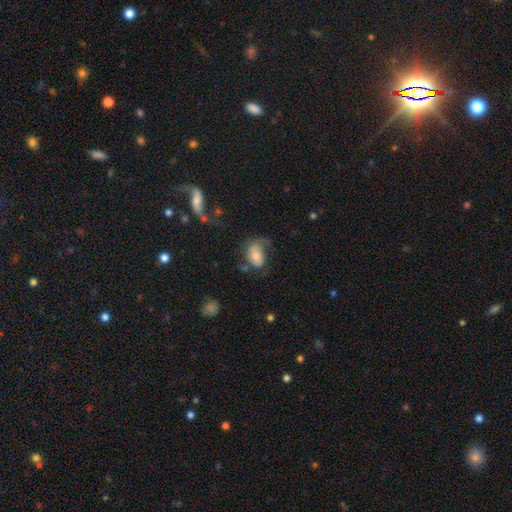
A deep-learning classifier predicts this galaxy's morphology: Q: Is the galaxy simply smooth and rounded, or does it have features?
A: smooth — 58%.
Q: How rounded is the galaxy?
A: in between — 82%.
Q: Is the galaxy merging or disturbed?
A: none — 39%.